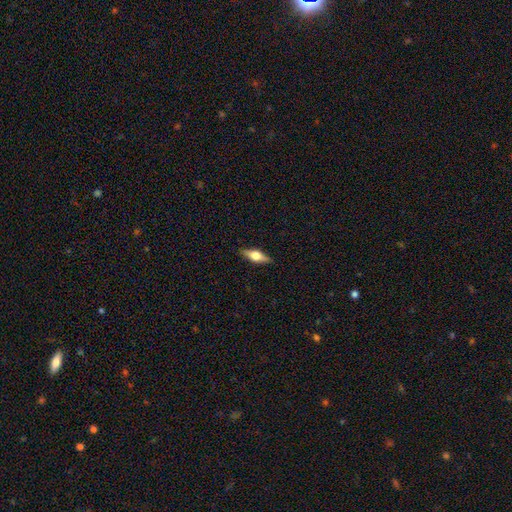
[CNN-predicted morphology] This is possibly a featured or disk galaxy (50%). It is clearly viewed edge-on (94%). Merging: clearly none (88%).